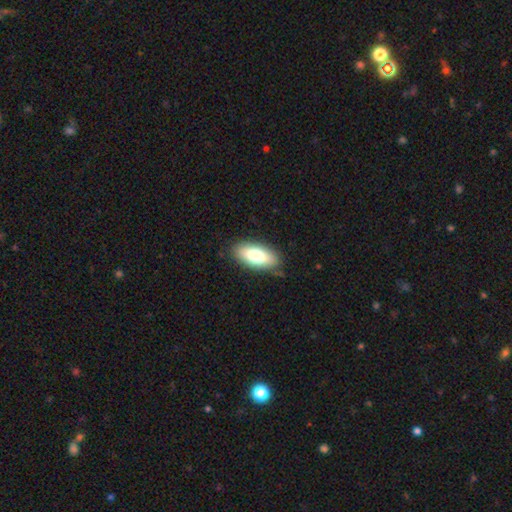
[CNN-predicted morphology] This is likely a smooth galaxy (74%). How rounded: clearly in between (86%). Merging: clearly none (85%).